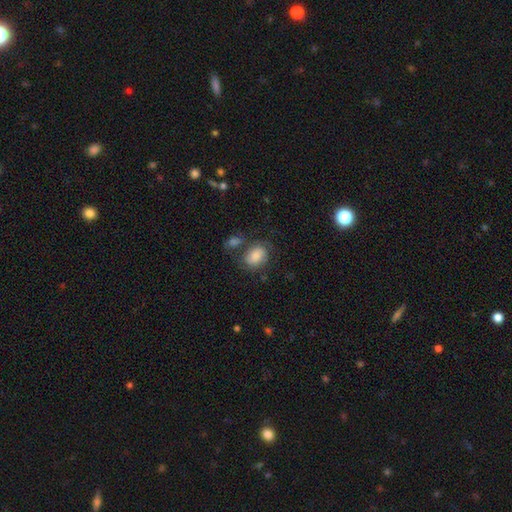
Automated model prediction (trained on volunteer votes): Smooth or featured? Predicted: smooth (p=0.75). How rounded? Predicted: in between (p=0.66). Merging? Predicted: none (p=0.51).